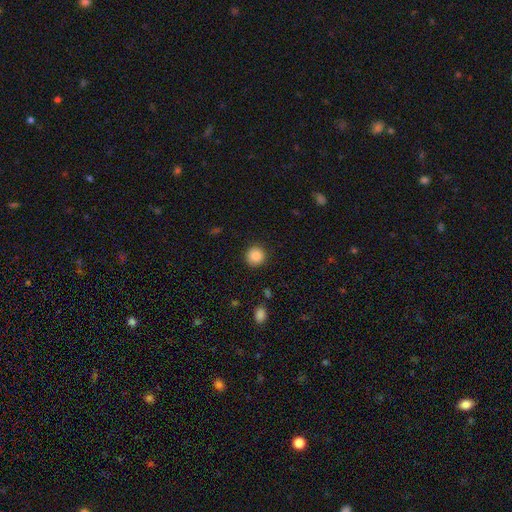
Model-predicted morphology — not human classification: Smooth or featured?
  - smooth: 86% *
  - star or artifact: 9%
  - featured or disk: 4%
How rounded?
  - round: 93% *
  - in between: 6%
  - cigar-shaped: 1%
Merging?
  - none: 91% *
  - minor disturbance: 6%
  - major disturbance: 2%
  - merger: 1%